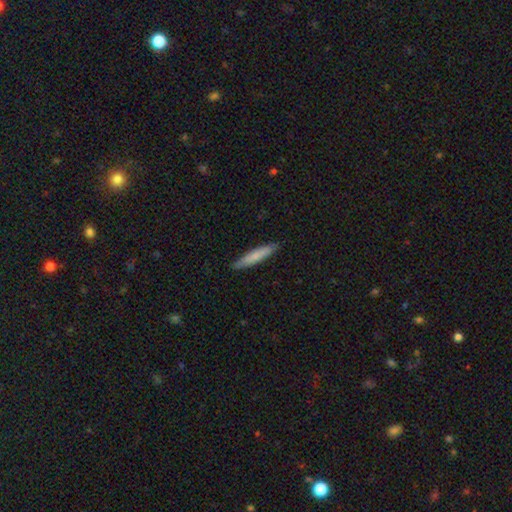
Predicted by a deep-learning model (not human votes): smooth-or-featured: smooth: 75% | featured or disk: 19% | star or artifact: 5%
  how-rounded: cigar-shaped: 92% | in between: 7% | round: 1%
  merging: none: 88% | minor disturbance: 9% | major disturbance: 2% | merger: 1%